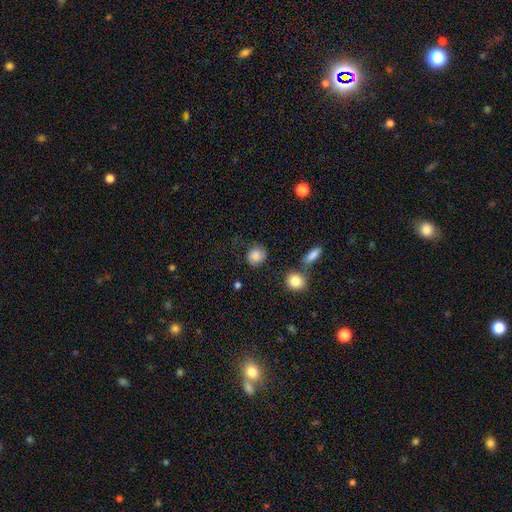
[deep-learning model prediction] Smooth or featured? smooth (82%)
How rounded? round (77%)
Merging? none (70%)